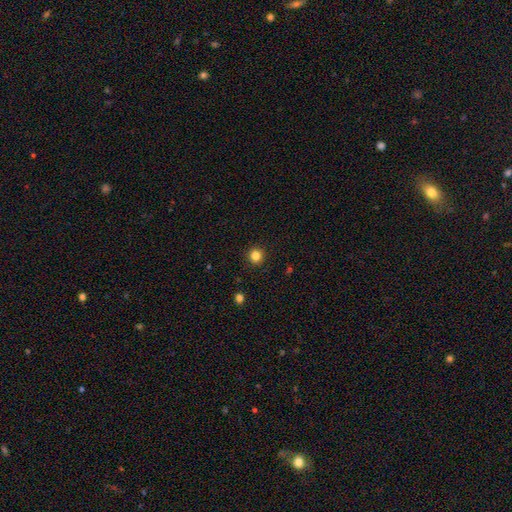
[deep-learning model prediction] smooth 83%, star or artifact 12%, featured or disk 4%. Down the decision tree: how rounded — round (95%); merging — none (93%).